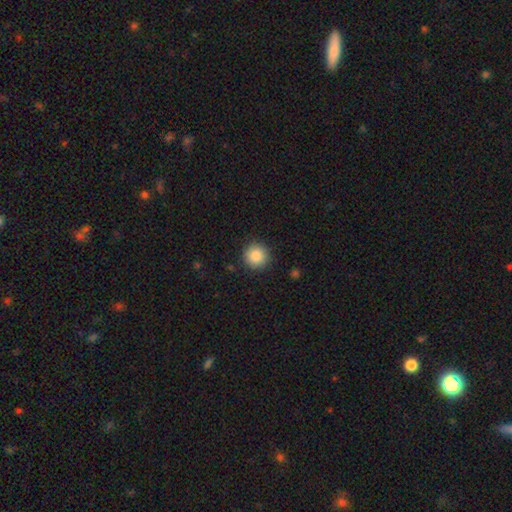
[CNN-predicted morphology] smooth_or_featured: smooth (p=0.87) [alt: star or artifact p=0.09]
how_rounded: round (p=0.95) [alt: in between p=0.04]
merging: none (p=0.90) [alt: minor disturbance p=0.06]